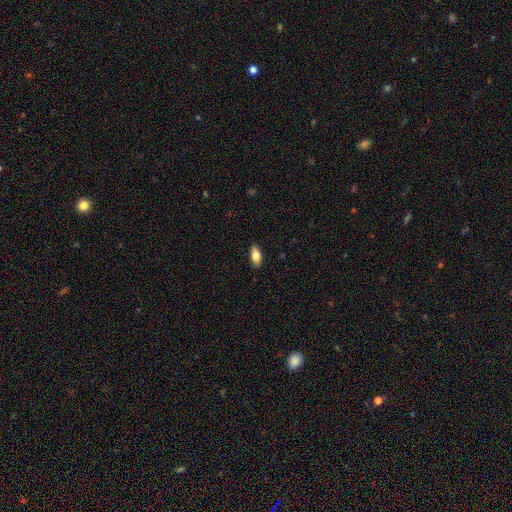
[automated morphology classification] This is likely a smooth galaxy (79%). How rounded: clearly in between (86%). Merging: clearly none (88%).